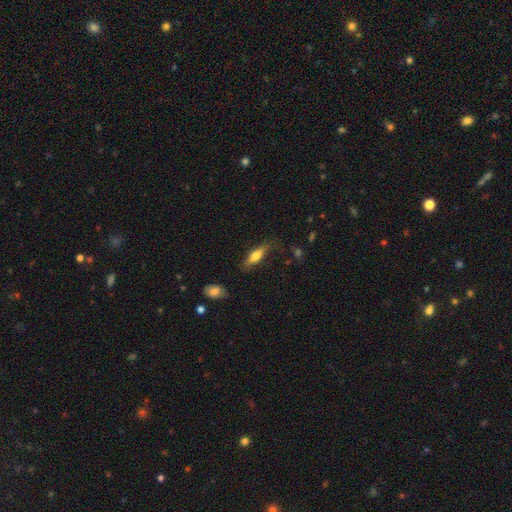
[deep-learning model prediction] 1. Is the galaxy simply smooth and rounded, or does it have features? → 67% smooth, 27% featured or disk, 7% star or artifact.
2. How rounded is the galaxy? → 52% cigar-shaped, 46% in between, 2% round.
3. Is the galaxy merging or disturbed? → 70% none, 21% minor disturbance, 7% major disturbance, 2% merger.